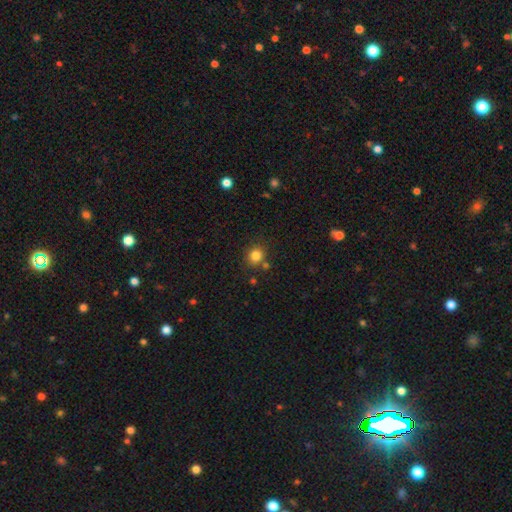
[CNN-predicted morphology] Smooth or featured: smooth — 83% (star or artifact — 12%)
How rounded: round — 84% (in between — 15%)
Merging: none — 78% (minor disturbance — 10%)